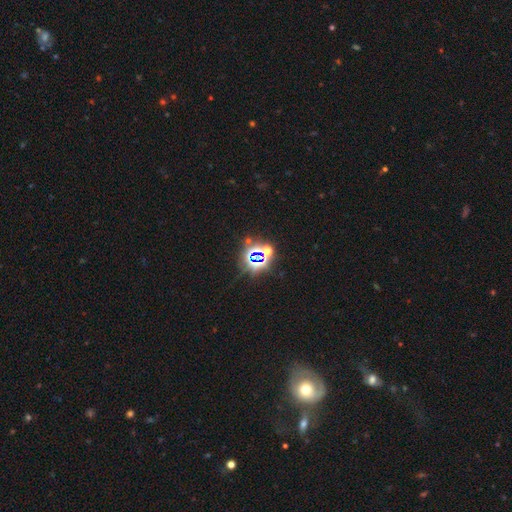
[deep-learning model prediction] Q: Smooth or featured?
A: star or artifact (70%); runner-up: smooth (19%)